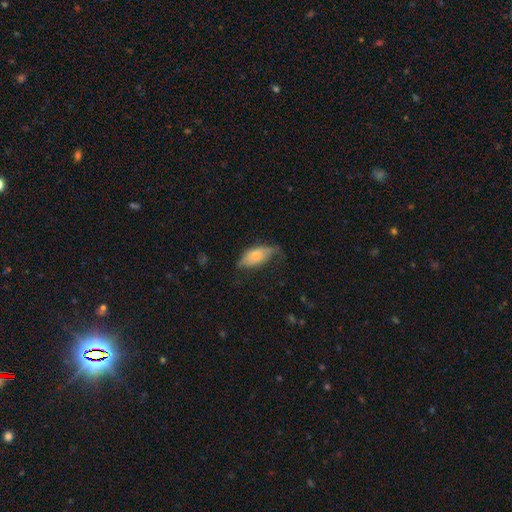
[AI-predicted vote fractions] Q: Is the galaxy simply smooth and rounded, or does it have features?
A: smooth — 64%.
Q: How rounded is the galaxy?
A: in between — 87%.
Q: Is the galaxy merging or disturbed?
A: none — 45%.